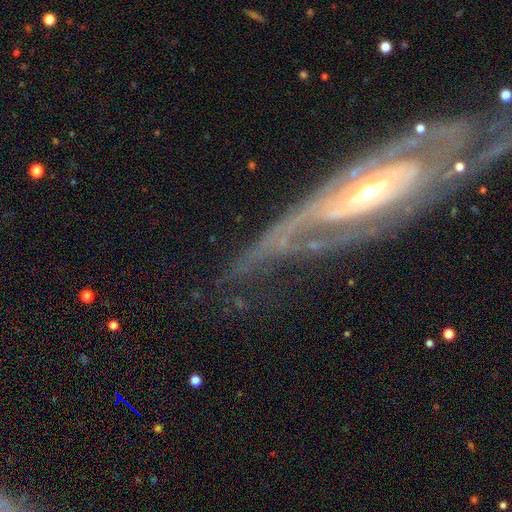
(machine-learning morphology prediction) Q: Smooth or featured?
A: featured or disk (77%); runner-up: smooth (12%)
Q: Edge-on disk?
A: no (75%); runner-up: yes (25%)
Q: Bar?
A: no (43%); runner-up: weak (30%)
Q: Spiral arms?
A: yes (75%); runner-up: no (25%)
Q: Bulge size?
A: small (47%); runner-up: moderate (41%)
Q: Merging?
A: none (49%); runner-up: major disturbance (27%)